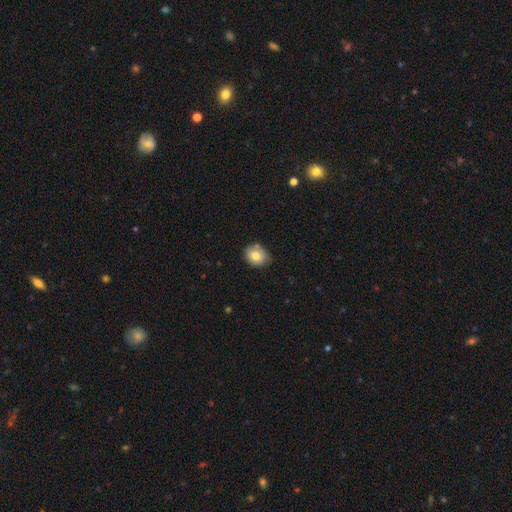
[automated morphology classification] A smooth galaxy with no disk features (80%) that is round (59%). Merging: none (76%).